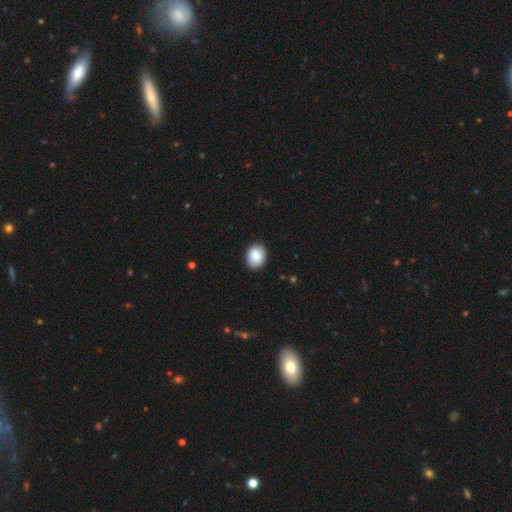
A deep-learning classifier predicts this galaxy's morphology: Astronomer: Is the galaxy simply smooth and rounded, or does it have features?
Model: smooth — 86%.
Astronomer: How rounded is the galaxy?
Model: in between — 59% (runner-up: round, 40%).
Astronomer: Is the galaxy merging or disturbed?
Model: none — 88%.